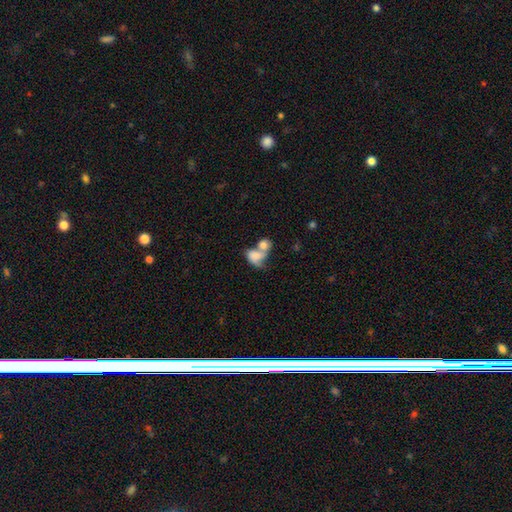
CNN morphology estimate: smooth_or_featured: smooth (p=0.66) [alt: featured or disk p=0.25]
how_rounded: in between (p=0.76) [alt: round p=0.22]
merging: merger (p=0.69) [alt: none p=0.12]